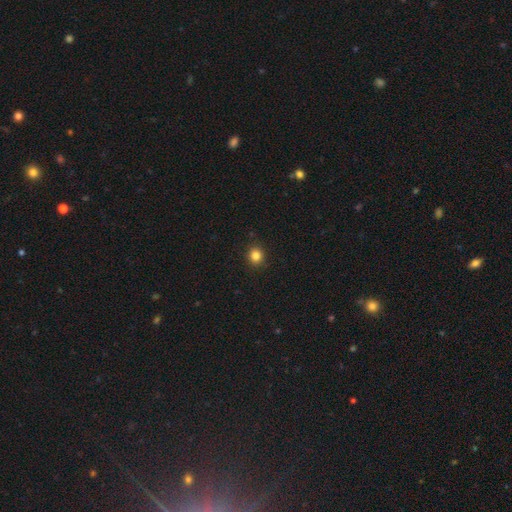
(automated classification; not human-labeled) Smooth or featured? Predicted: smooth (p=0.84). How rounded? Predicted: round (p=0.87). Merging? Predicted: none (p=0.91).